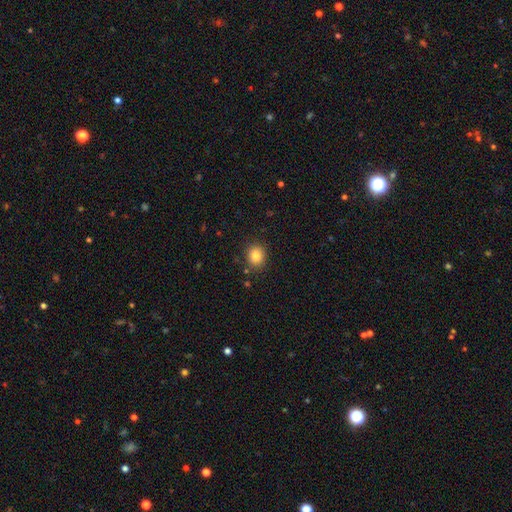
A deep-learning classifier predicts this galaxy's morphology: Overall: smooth (83%). How rounded: round (78%). Merging: none (88%).